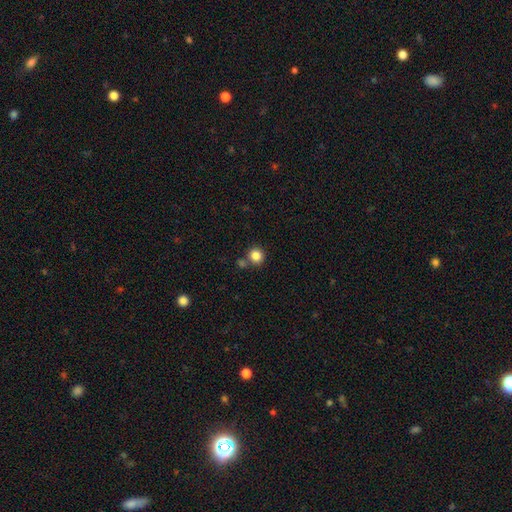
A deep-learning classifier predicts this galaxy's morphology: The model was most divided on "merging": none: 75%, merger: 14%, minor disturbance: 9%, major disturbance: 3%. More confident: how rounded — round (88%); smooth or featured — smooth (84%).